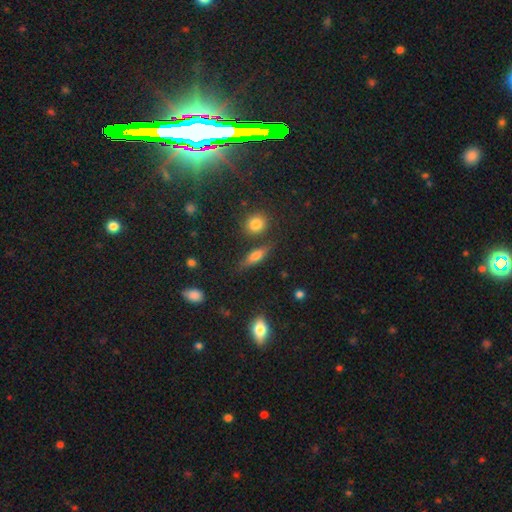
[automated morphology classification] type=smooth (60%); roundness=in between (47%); merging=none (77%).